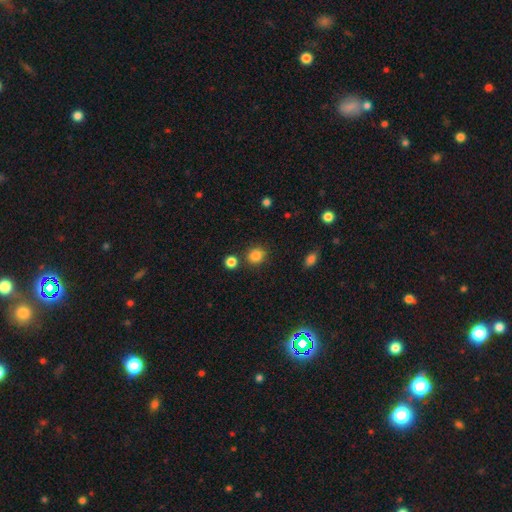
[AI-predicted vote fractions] Smooth or featured? smooth (84%)
How rounded? round (82%)
Merging? none (83%)